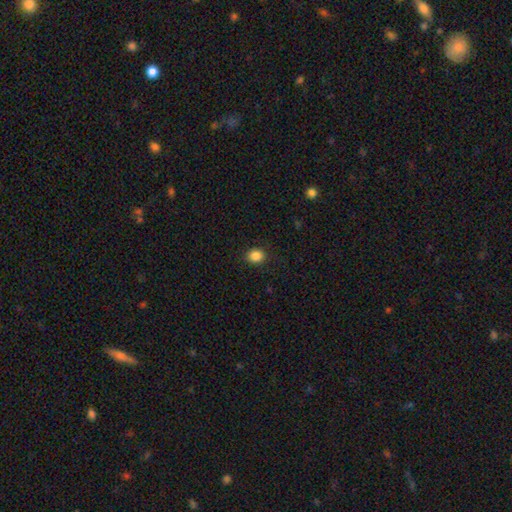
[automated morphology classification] Smooth or featured?
  - smooth: 86% *
  - star or artifact: 10%
  - featured or disk: 3%
How rounded?
  - round: 71% *
  - in between: 28%
  - cigar-shaped: 1%
Merging?
  - none: 89% *
  - minor disturbance: 7%
  - major disturbance: 2%
  - merger: 1%